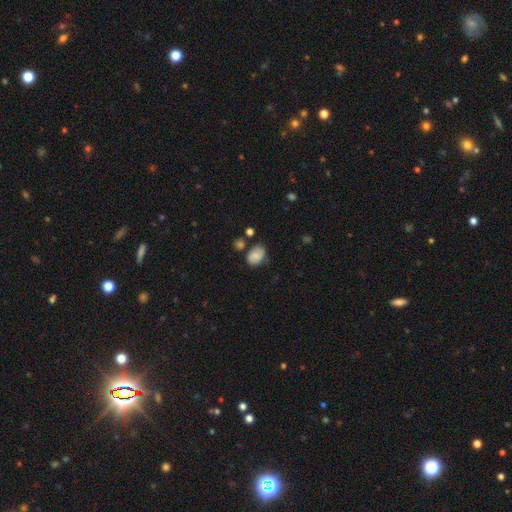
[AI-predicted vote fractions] Overall: smooth (77%). How rounded: in between (73%). Merging: none (58%; minor disturbance 26%).